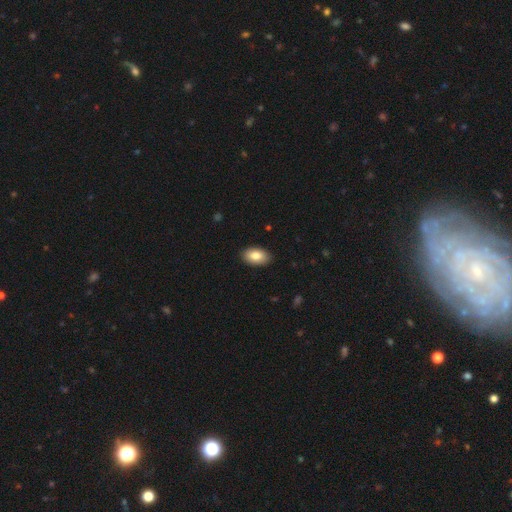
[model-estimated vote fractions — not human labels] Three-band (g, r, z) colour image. It shows a smooth galaxy with no disk features (85%) that is in between round and cigar-shaped (93%). Merging: none (89%).